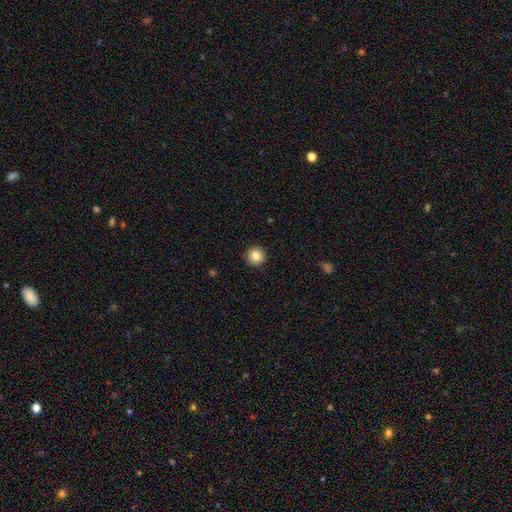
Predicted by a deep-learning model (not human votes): Overall: smooth (84%). How rounded: round (95%). Merging: none (92%).